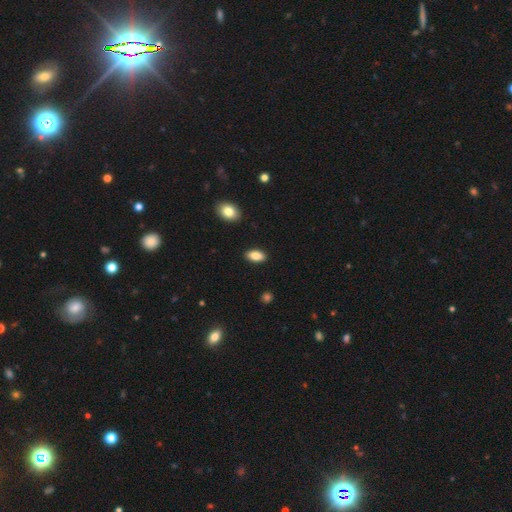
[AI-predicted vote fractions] smooth_or_featured: smooth (p=0.86) [alt: star or artifact p=0.07]
how_rounded: in between (p=0.91) [alt: cigar-shaped p=0.04]
merging: none (p=0.89) [alt: minor disturbance p=0.07]